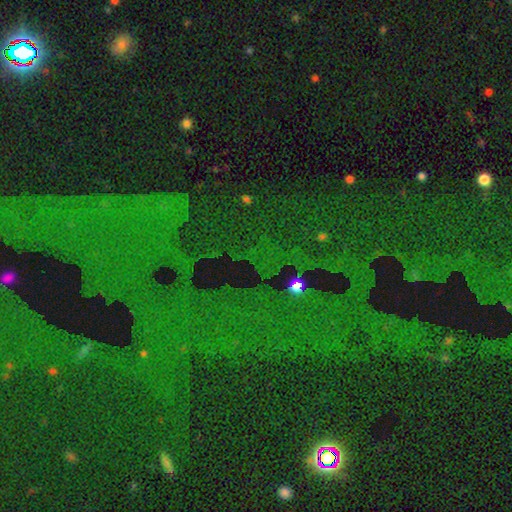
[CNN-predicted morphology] Smooth or featured? Predicted: star or artifact (p=0.83).